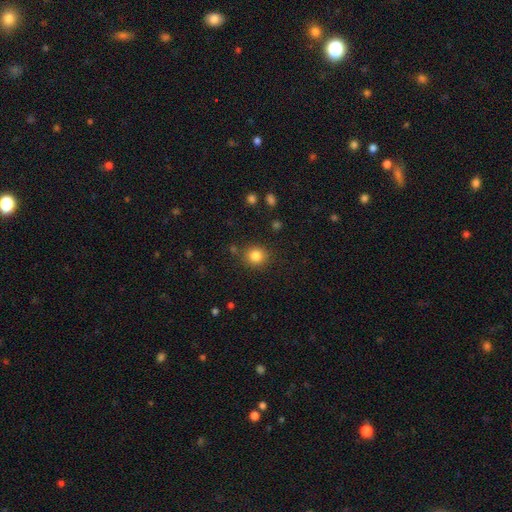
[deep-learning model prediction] Morphology: type=smooth (83%); roundness=round (86%); merging=none (85%).